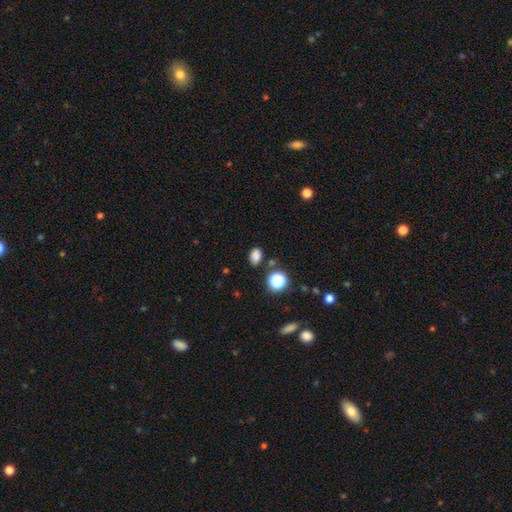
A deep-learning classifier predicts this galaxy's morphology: This appears to be a smooth galaxy with no disk features (80%) that is in between round and cigar-shaped (71%). Merging: none (80%).